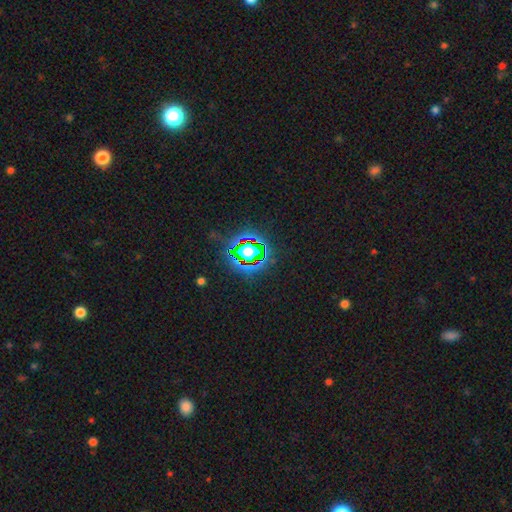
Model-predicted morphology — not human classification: Smooth or featured? star or artifact (81%)